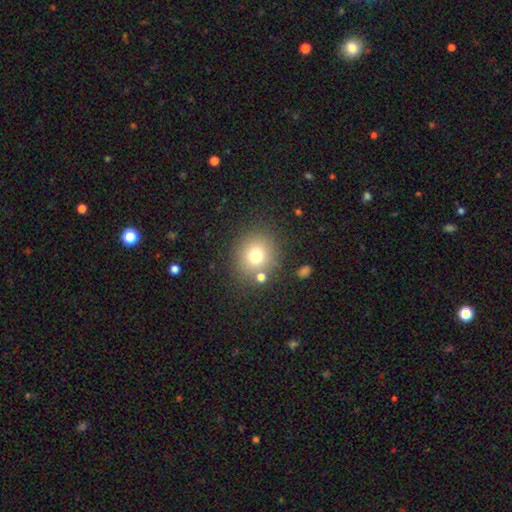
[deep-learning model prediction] Smooth or featured? smooth (73%)
How rounded? round (85%)
Merging? none (78%)